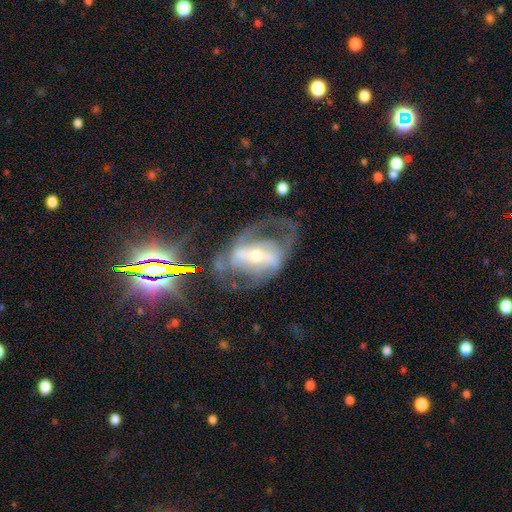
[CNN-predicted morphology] Smooth or featured? featured or disk (82%)
Edge-on disk? no (94%)
Bar? strong (60%)
Spiral arms? yes (83%)
Spiral winding? medium (51%)
Spiral arm count? 2 (77%)
Bulge size? moderate (46%)
Merging? none (51%)